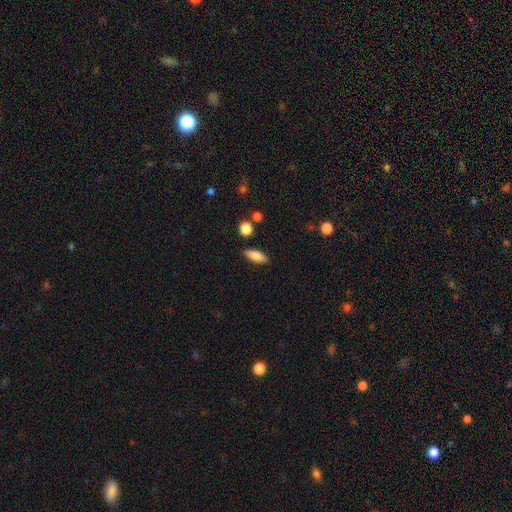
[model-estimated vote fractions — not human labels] This appears to be a smooth galaxy with no disk features (81%) that is in between round and cigar-shaped (67%). Merging: none (86%).